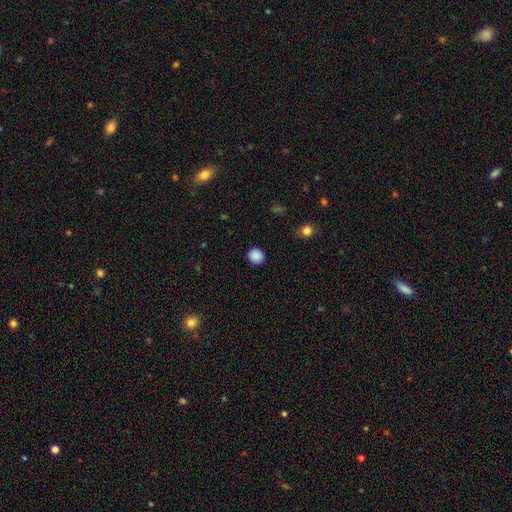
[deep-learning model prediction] smooth-or-featured: smooth: 88% | star or artifact: 10% | featured or disk: 3%
  how-rounded: round: 82% | in between: 17% | cigar-shaped: 1%
  merging: none: 91% | minor disturbance: 6% | major disturbance: 2% | merger: 1%